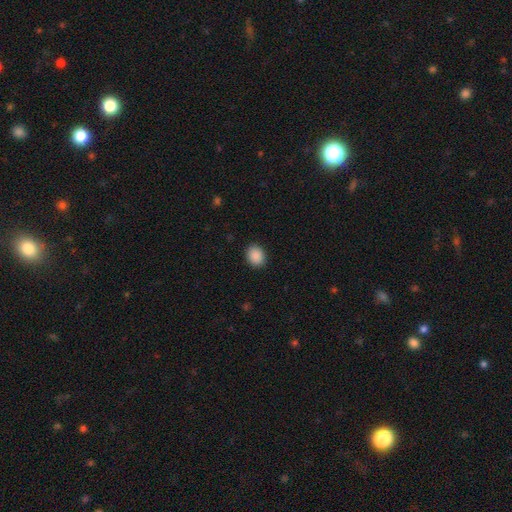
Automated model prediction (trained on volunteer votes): Morphology: type=smooth (90%); roundness=round (53%); merging=none (90%).